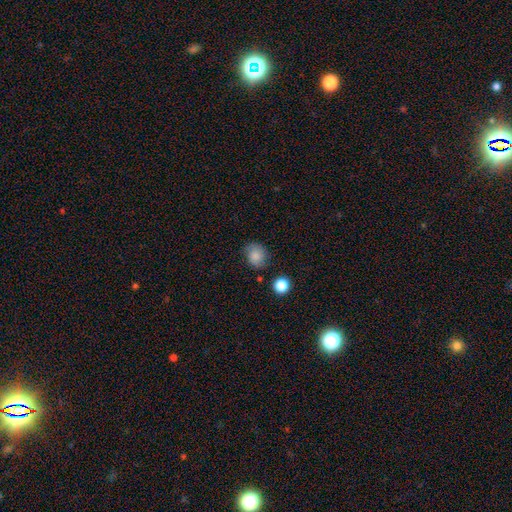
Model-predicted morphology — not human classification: Smooth or featured: smooth — 79% (featured or disk — 11%)
How rounded: round — 71% (in between — 28%)
Merging: none — 72% (minor disturbance — 20%)